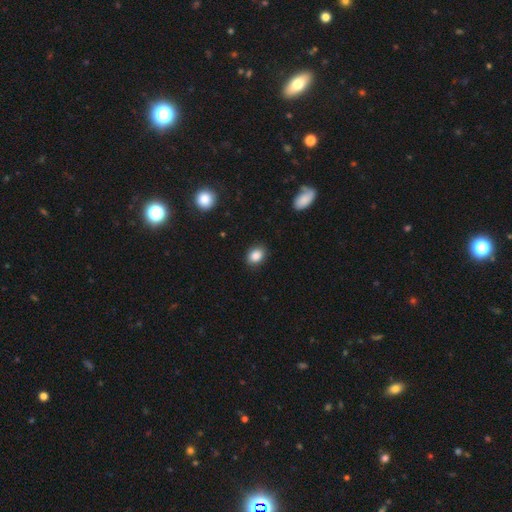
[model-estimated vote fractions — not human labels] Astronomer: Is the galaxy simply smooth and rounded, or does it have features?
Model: smooth — 87%.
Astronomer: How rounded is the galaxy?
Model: in between — 65%.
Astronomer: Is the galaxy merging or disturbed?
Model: none — 87%.